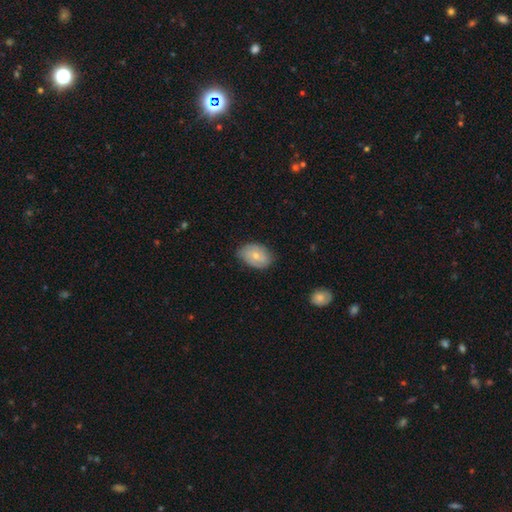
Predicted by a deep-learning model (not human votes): Smooth or featured: smooth — 57% (featured or disk — 37%)
How rounded: in between — 82% (round — 17%)
Merging: none — 73% (minor disturbance — 22%)